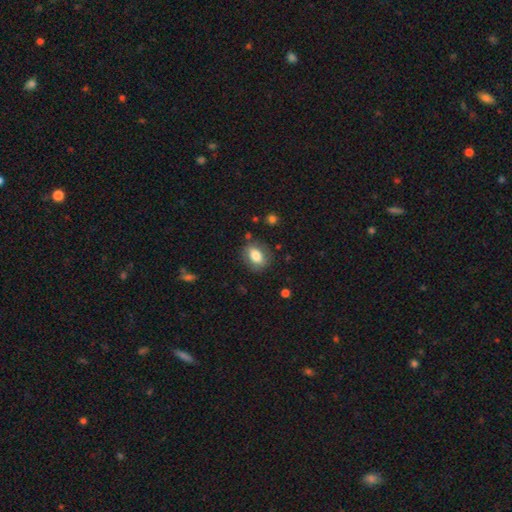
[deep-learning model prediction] smooth_or_featured: smooth (p=0.79) [alt: featured or disk p=0.13]
how_rounded: in between (p=0.75) [alt: round p=0.23]
merging: none (p=0.80) [alt: minor disturbance p=0.13]